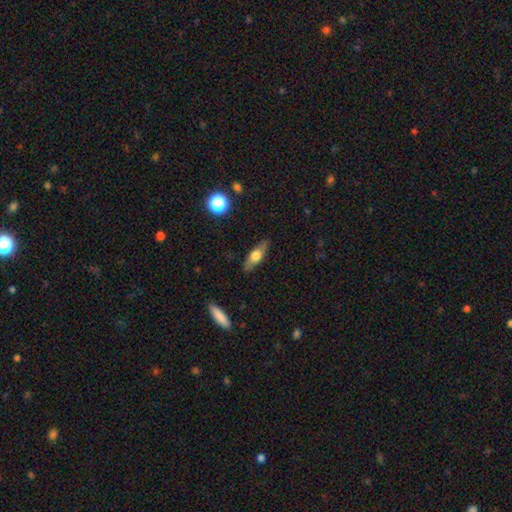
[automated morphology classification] Overall: smooth (53%; featured or disk 40%). How rounded: in between (51%; cigar-shaped 44%). Merging: none (85%).